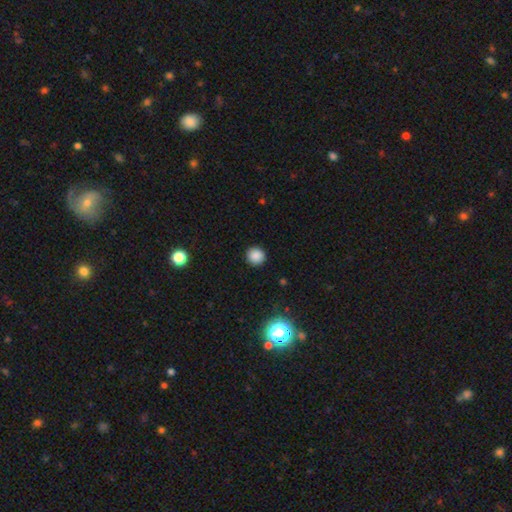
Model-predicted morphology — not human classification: This appears to be a smooth galaxy with no disk features (85%) that is round (93%). Merging: none (92%).